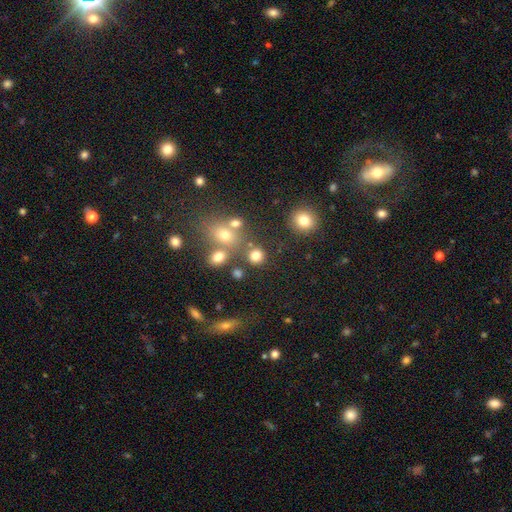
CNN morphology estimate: Overall: smooth (77%). How rounded: round (87%). Merging: none (72%).